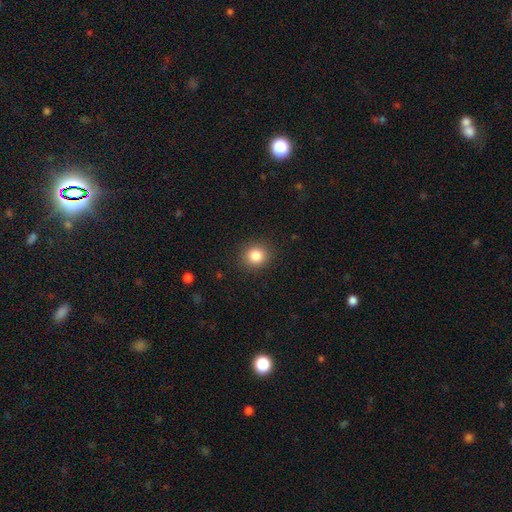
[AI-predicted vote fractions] Smooth or featured? Predicted: smooth (p=0.84). How rounded? Predicted: round (p=0.85). Merging? Predicted: none (p=0.90).